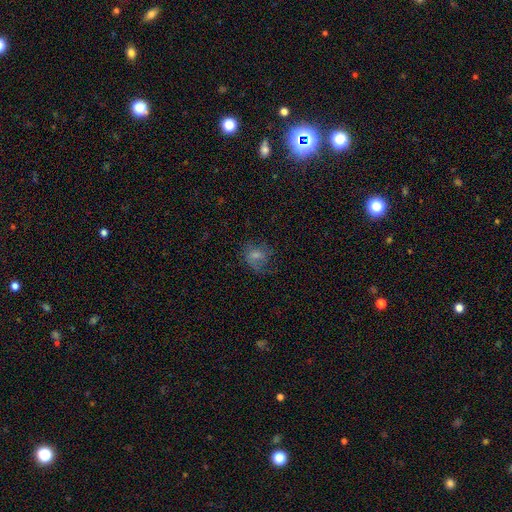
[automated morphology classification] smooth 56%, featured or disk 32%, star or artifact 12%. Down the decision tree: how rounded — round (56%); merging — none (52%).